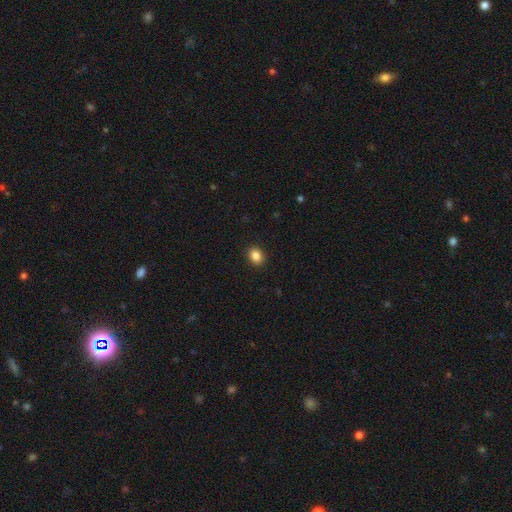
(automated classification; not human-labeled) smooth 87%, star or artifact 10%, featured or disk 4%. Down the decision tree: how rounded — in between (52%); merging — none (91%).